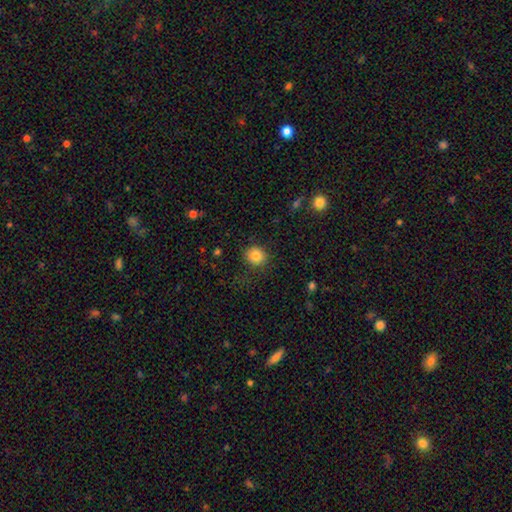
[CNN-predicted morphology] type=smooth (84%); roundness=round (79%); merging=none (85%).